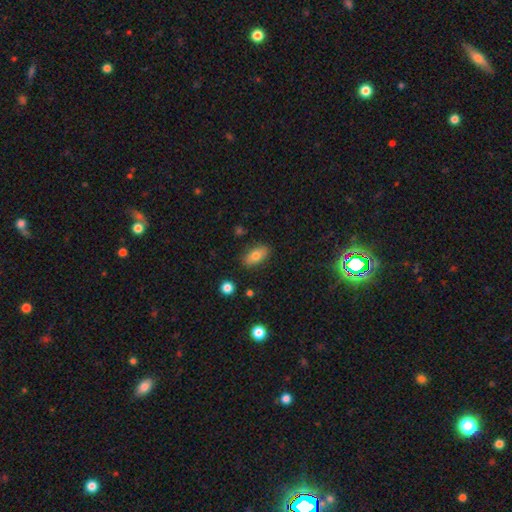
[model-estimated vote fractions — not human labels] Morphology: type=smooth (76%); roundness=in between (88%); merging=none (85%).